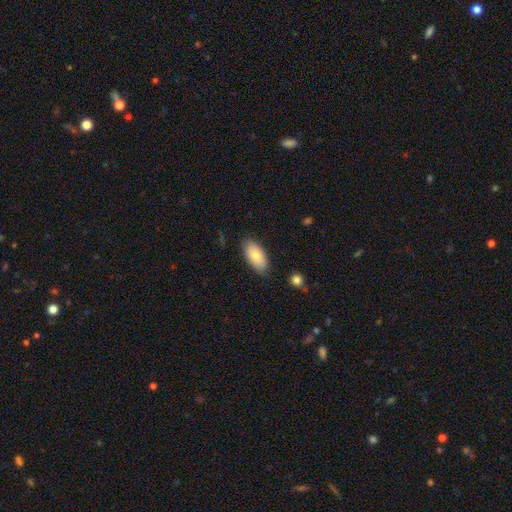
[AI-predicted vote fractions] Smooth or featured? Predicted: smooth (p=0.80). How rounded? Predicted: in between (p=0.92). Merging? Predicted: none (p=0.83).